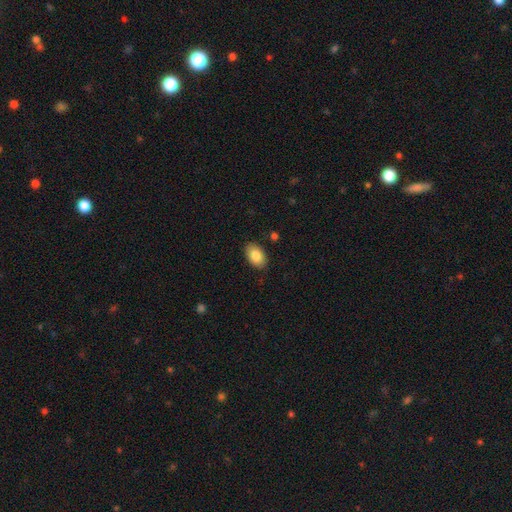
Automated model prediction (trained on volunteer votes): Smooth or featured? Predicted: smooth (p=0.84). How rounded? Predicted: in between (p=0.90). Merging? Predicted: none (p=0.87).